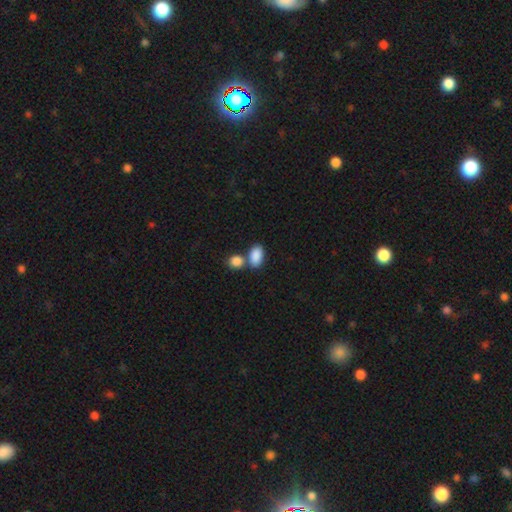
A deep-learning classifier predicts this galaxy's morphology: This appears to be a smooth galaxy with no disk features (88%) that is in between round and cigar-shaped (90%). Merging: none (47%).